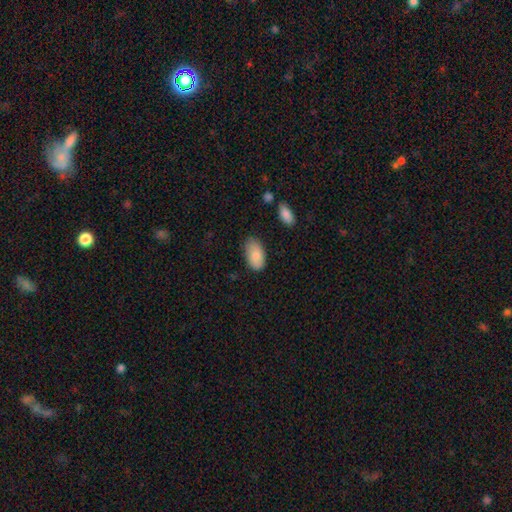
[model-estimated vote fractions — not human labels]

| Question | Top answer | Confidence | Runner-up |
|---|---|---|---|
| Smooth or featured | smooth | 86% | featured or disk (8%) |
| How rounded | in between | 94% | round (4%) |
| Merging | none | 73% | minor disturbance (22%) |